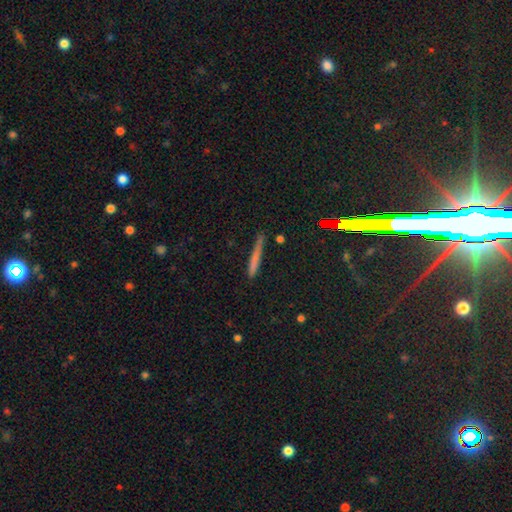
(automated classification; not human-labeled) Morphology: type=smooth (58%); roundness=cigar-shaped (95%); merging=none (82%).